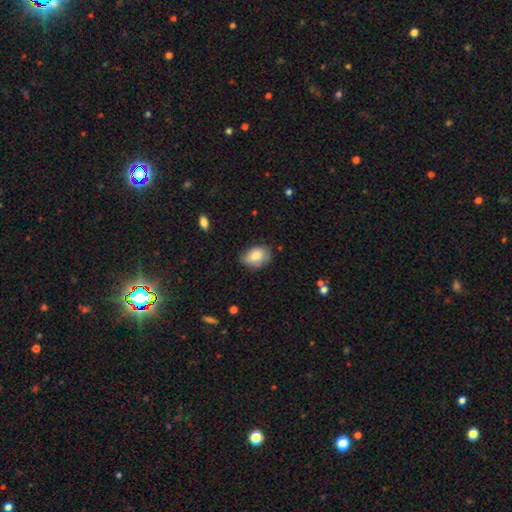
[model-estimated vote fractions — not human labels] smooth-or-featured: smooth: 82% | featured or disk: 12% | star or artifact: 7%
  how-rounded: in between: 84% | round: 15% | cigar-shaped: 1%
  merging: none: 69% | minor disturbance: 25% | major disturbance: 4% | merger: 1%